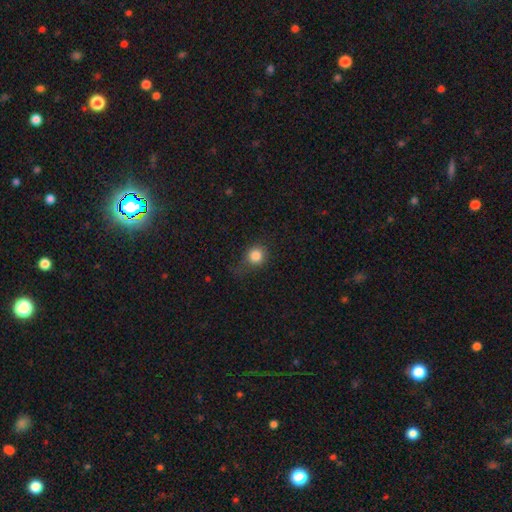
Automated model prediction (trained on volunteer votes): smooth-or-featured: smooth: 84% | star or artifact: 11% | featured or disk: 6%
  how-rounded: round: 87% | in between: 12% | cigar-shaped: 1%
  merging: none: 66% | minor disturbance: 23% | major disturbance: 10% | merger: 2%